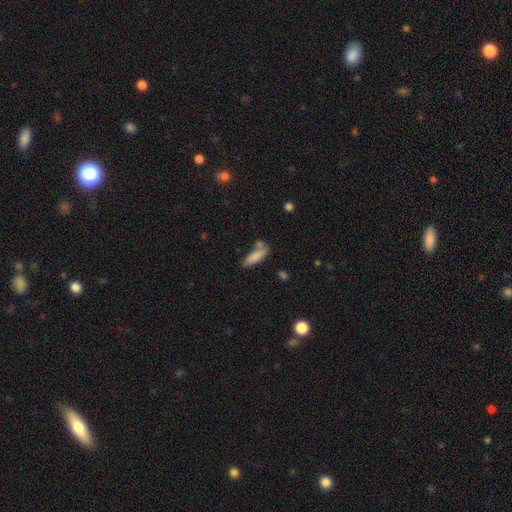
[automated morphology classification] type=smooth (82%); roundness=in between (50%); merging=none (56%).